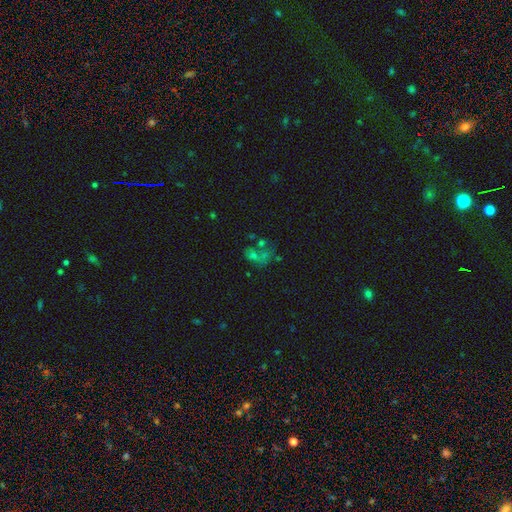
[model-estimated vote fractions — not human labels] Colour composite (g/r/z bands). It shows a smooth galaxy with no disk features (45%). Merging: merger (43%).